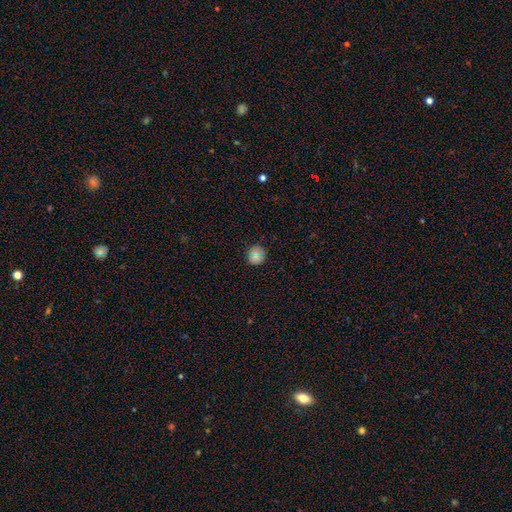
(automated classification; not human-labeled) This is likely a smooth galaxy (77%). How rounded: clearly round (89%). Merging: clearly none (87%).